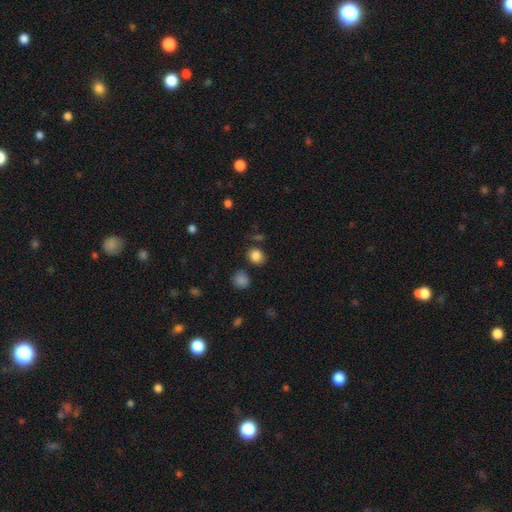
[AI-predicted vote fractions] Smooth or featured?
  - smooth: 84% *
  - star or artifact: 12%
  - featured or disk: 4%
How rounded?
  - round: 75% *
  - in between: 24%
  - cigar-shaped: 1%
Merging?
  - none: 80% *
  - minor disturbance: 12%
  - merger: 5%
  - major disturbance: 4%